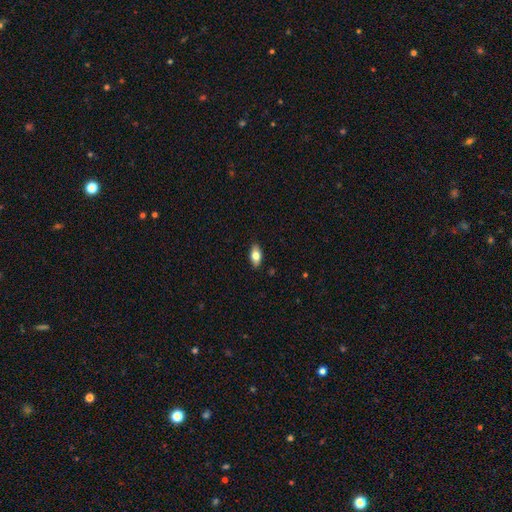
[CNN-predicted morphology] The model was most divided on "smooth or featured": smooth: 74%, featured or disk: 19%, star or artifact: 7%. More confident: merging — none (88%); how rounded — in between (87%).